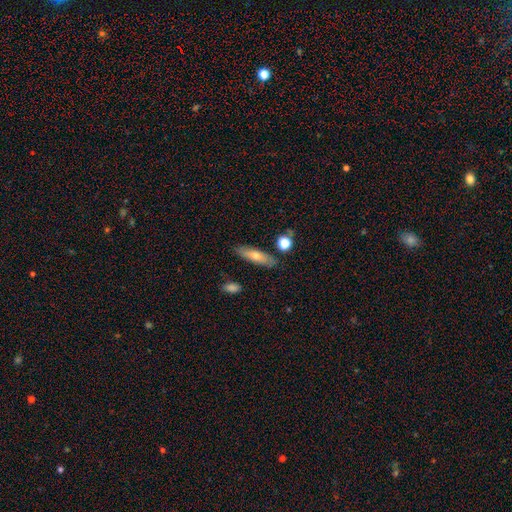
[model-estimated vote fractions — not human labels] Smooth or featured? Predicted: smooth (p=0.58). How rounded? Predicted: cigar-shaped (p=0.58). Merging? Predicted: none (p=0.84).